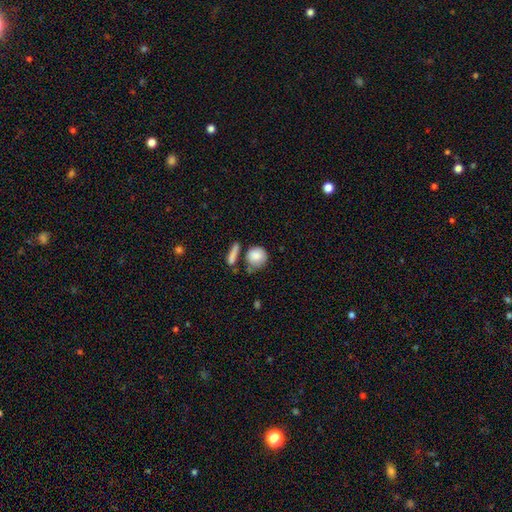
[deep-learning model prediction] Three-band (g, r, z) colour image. It shows a smooth galaxy with no disk features (85%) that is round (82%). Merging: none (59%).